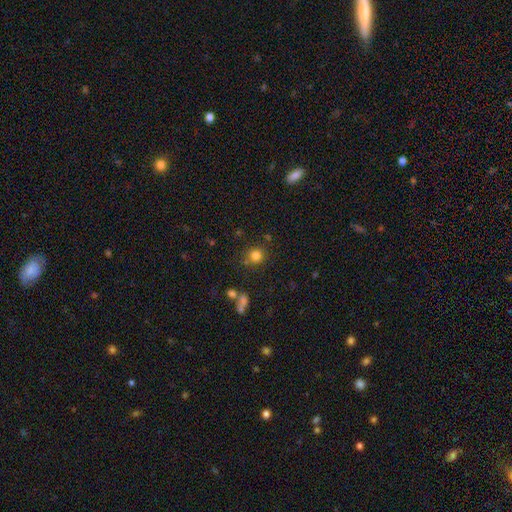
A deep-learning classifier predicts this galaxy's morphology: Smooth or featured? smooth (80%)
How rounded? round (90%)
Merging? none (79%)